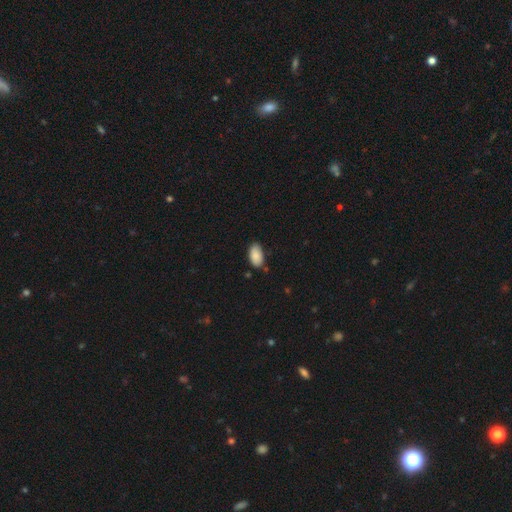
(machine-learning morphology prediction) Smooth or featured? smooth (88%)
How rounded? in between (95%)
Merging? none (75%)